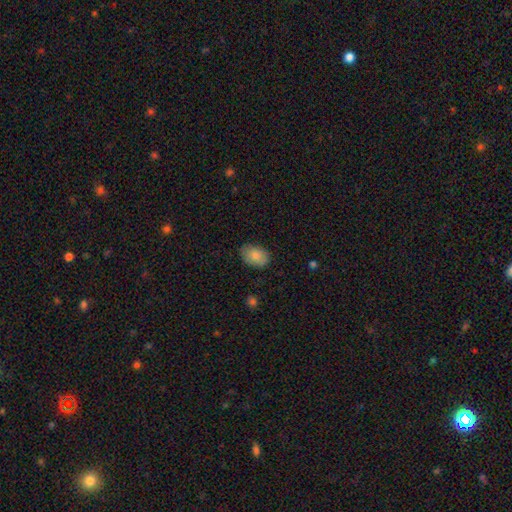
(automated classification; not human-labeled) Overall: smooth (82%). How rounded: in between (82%). Merging: none (79%).